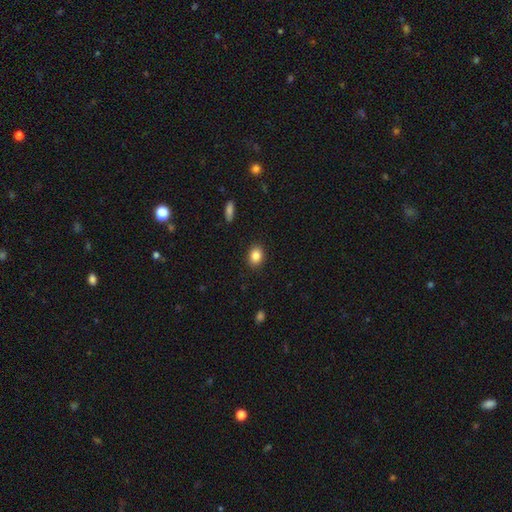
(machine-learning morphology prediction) Smooth or featured?
  - smooth: 86% *
  - star or artifact: 9%
  - featured or disk: 6%
How rounded?
  - in between: 59% *
  - round: 40%
  - cigar-shaped: 1%
Merging?
  - none: 89% *
  - minor disturbance: 8%
  - major disturbance: 2%
  - merger: 1%